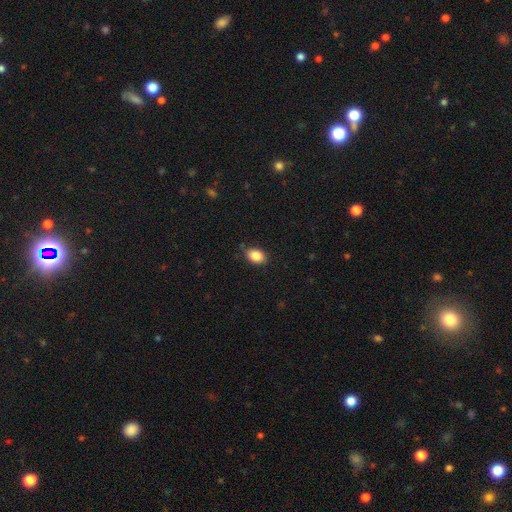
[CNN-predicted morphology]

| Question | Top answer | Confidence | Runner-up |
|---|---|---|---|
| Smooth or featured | smooth | 86% | star or artifact (8%) |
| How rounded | in between | 82% | round (17%) |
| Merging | none | 82% | minor disturbance (14%) |